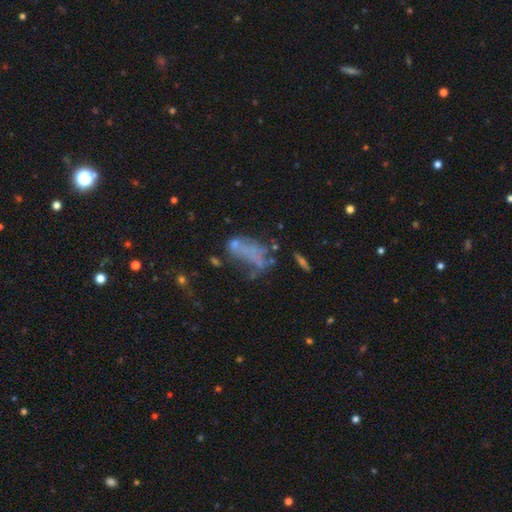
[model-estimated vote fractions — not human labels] This appears to be a featured or disk galaxy (42%). Merging: major disturbance (35%).